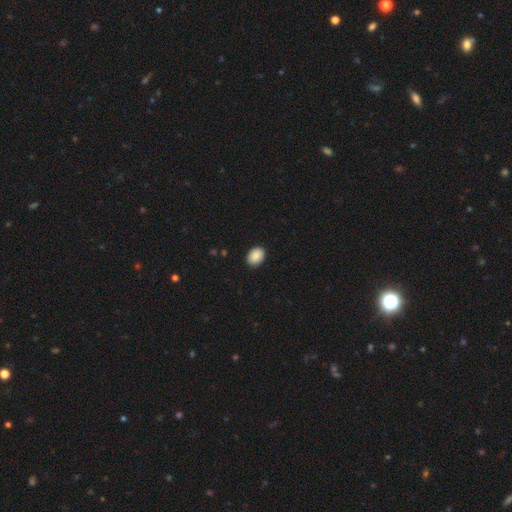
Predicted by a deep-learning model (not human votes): The model was most divided on "how rounded": in between: 73%, round: 26%, cigar-shaped: 1%. More confident: merging — none (90%); smooth or featured — smooth (89%).